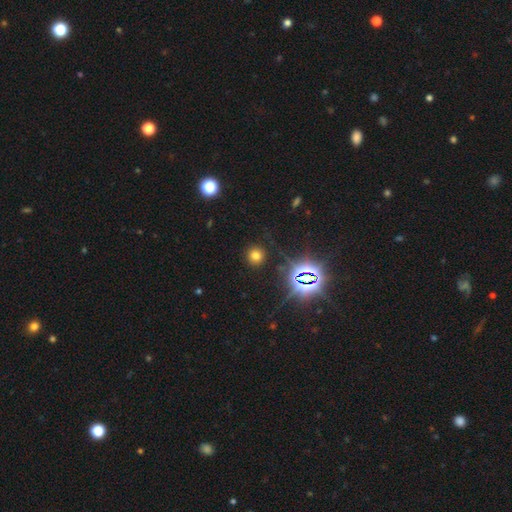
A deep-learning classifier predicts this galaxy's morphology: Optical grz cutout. It shows a smooth galaxy with no disk features (67%) that is round (92%). Merging: none (89%).